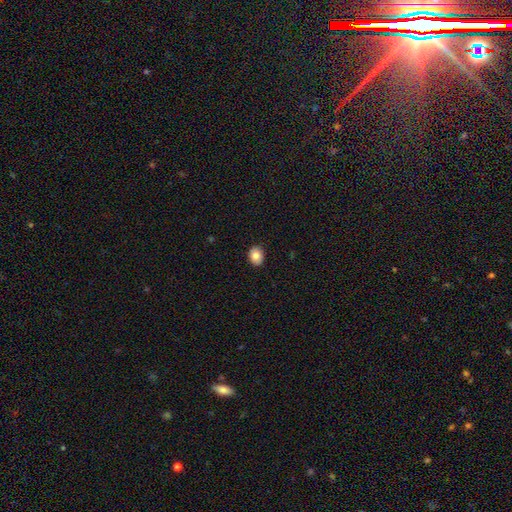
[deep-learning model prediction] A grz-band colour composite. It shows a smooth galaxy with no disk features (84%) that is in between round and cigar-shaped (50%). Merging: none (89%).